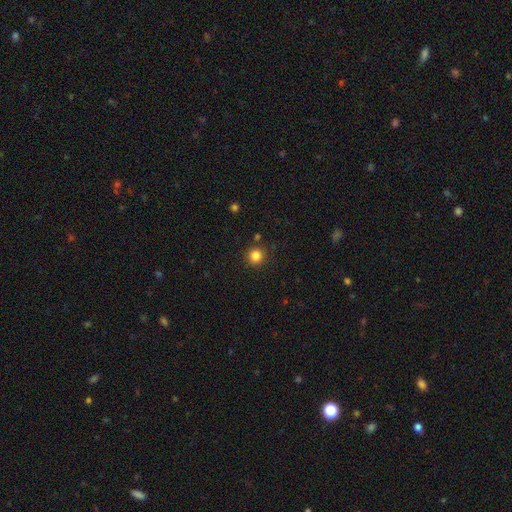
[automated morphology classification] Q: Smooth or featured?
A: smooth (84%); runner-up: star or artifact (12%)
Q: How rounded?
A: round (93%); runner-up: in between (6%)
Q: Merging?
A: none (88%); runner-up: minor disturbance (7%)